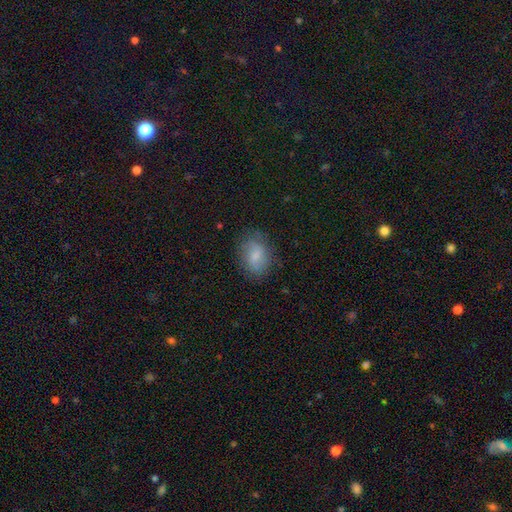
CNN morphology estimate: The model was most divided on "smooth or featured": smooth: 70%, featured or disk: 22%, star or artifact: 8%. More confident: merging — none (77%); how rounded — in between (73%).